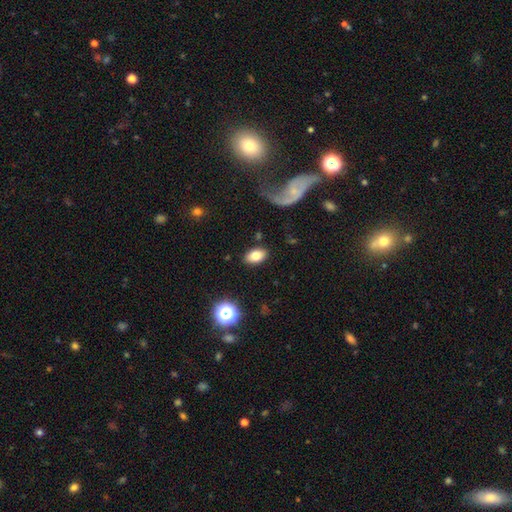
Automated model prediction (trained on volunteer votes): smooth_or_featured: smooth (p=0.79) [alt: featured or disk p=0.12]
how_rounded: in between (p=0.90) [alt: round p=0.08]
merging: none (p=0.85) [alt: minor disturbance p=0.10]